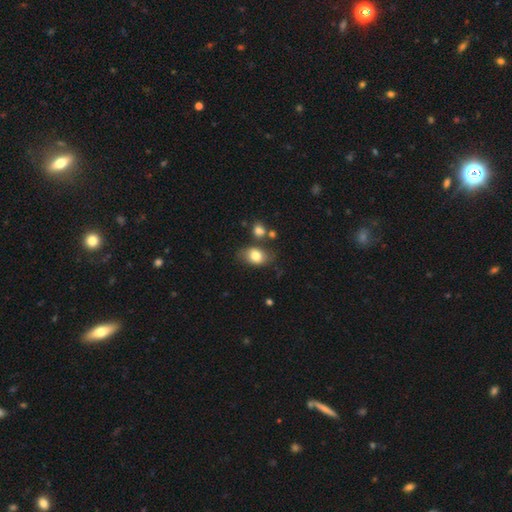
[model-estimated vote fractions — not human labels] A smooth galaxy with no disk features (77%) that is in between round and cigar-shaped (79%). Merging: none (69%).